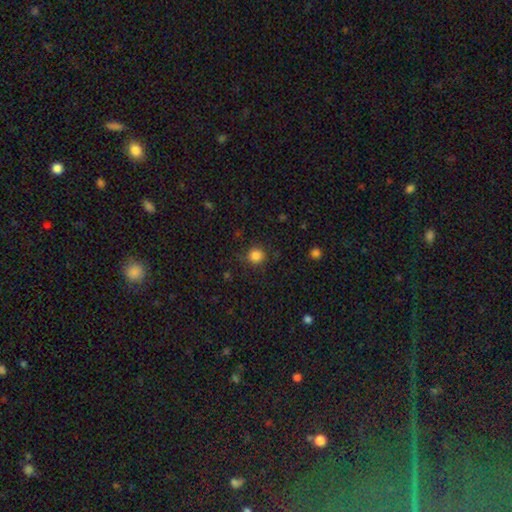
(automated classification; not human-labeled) This appears to be a smooth galaxy with no disk features (84%) that is round (93%). Merging: none (85%).